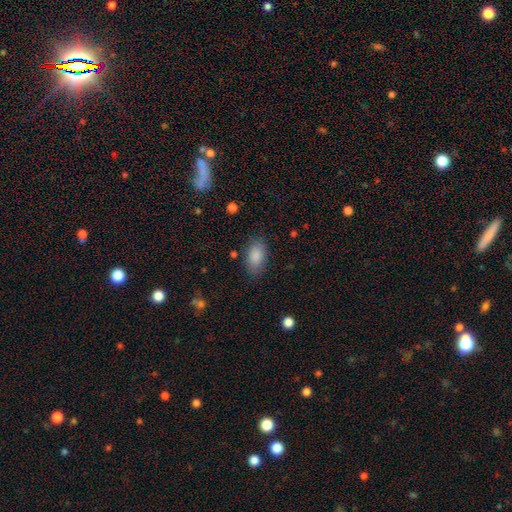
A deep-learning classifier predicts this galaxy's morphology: This is clearly a smooth galaxy (87%). How rounded: clearly in between (93%). Merging: clearly none (82%).